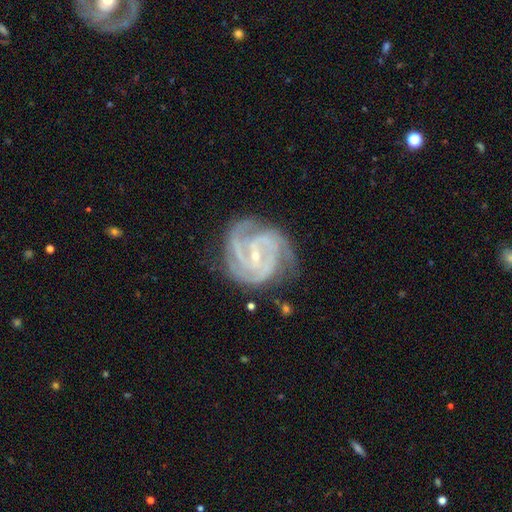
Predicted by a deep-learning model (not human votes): A featured or disk galaxy (92%) with a weak bar (41%), 3 (45%) tight (64%) spiral arms (99%) and a small central bulge (78%).

Vote fractions:
- Smooth or featured? featured or disk: 92% / star or artifact: 5% / smooth: 3%
- Edge-on disk? no: 98% / yes: 2%
- Bar? weak: 41% / no: 34% / strong: 26%
- Spiral arms? yes: 99% / no: 1%
- Spiral winding? tight: 64% / medium: 32% / loose: 4%
- Spiral arm count? 3: 45% / 4: 22% / 2: 14% / can't tell: 8% / more than 4: 5% / 1: 5%
- Bulge size? small: 78% / moderate: 19% / none: 1% / large: 1% / dominant: 1%
- Merging? none: 73% / minor disturbance: 19% / major disturbance: 7% / merger: 2%